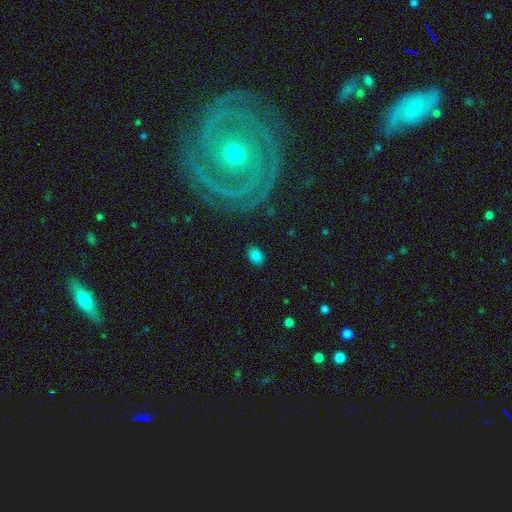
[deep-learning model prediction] Overall: smooth (84%). How rounded: in between (69%; round 30%). Merging: none (87%).